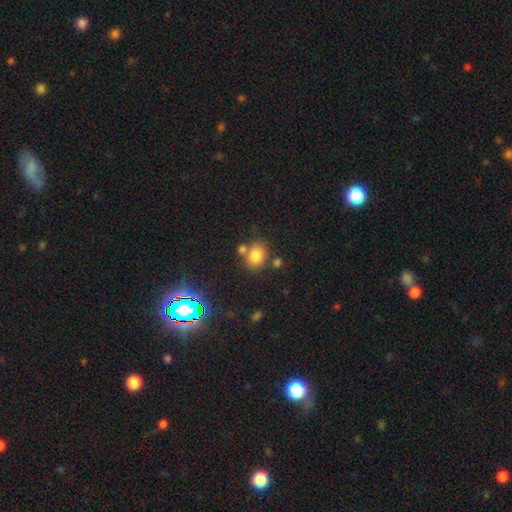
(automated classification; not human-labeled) This is likely a smooth galaxy (79%). How rounded: possibly round (58%). Merging: likely none (63%).